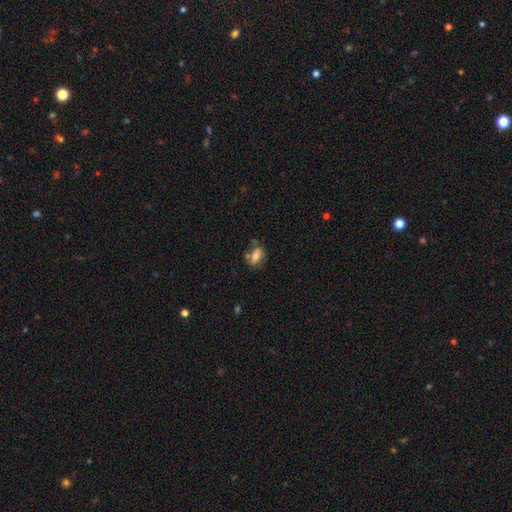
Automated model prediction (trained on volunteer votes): Q: Smooth or featured?
A: smooth (63%); runner-up: featured or disk (27%)
Q: How rounded?
A: in between (77%); runner-up: round (15%)
Q: Merging?
A: none (57%); runner-up: minor disturbance (22%)